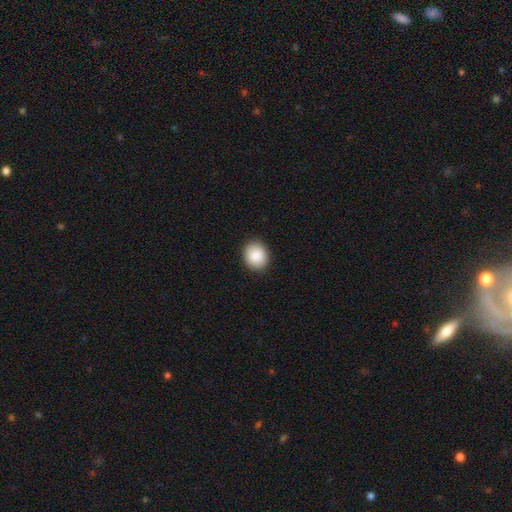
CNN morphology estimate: smooth 88%, star or artifact 7%, featured or disk 4%. Down the decision tree: how rounded — round (64%); merging — none (90%).